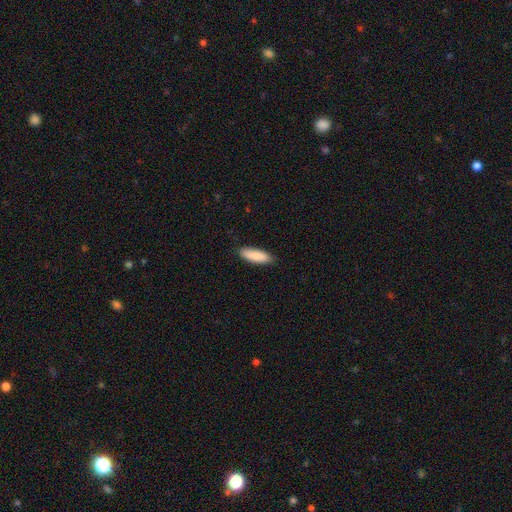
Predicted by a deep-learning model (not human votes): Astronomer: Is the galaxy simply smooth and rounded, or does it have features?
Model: smooth — 89%.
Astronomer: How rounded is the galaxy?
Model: in between — 51% (runner-up: cigar-shaped, 48%).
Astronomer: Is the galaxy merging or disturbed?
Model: none — 86%.